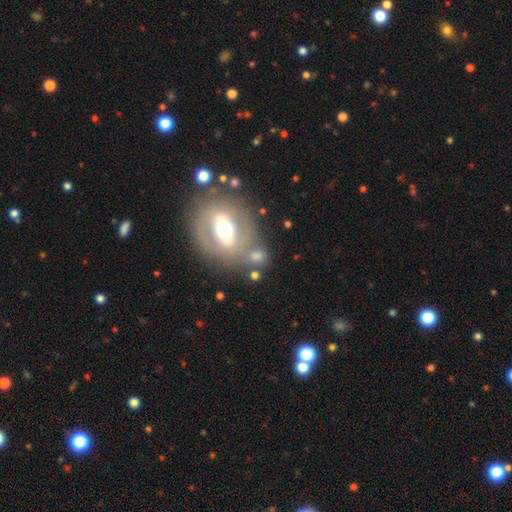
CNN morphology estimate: type=featured or disk (51%); edge-on=no (83%); merging=none (60%).